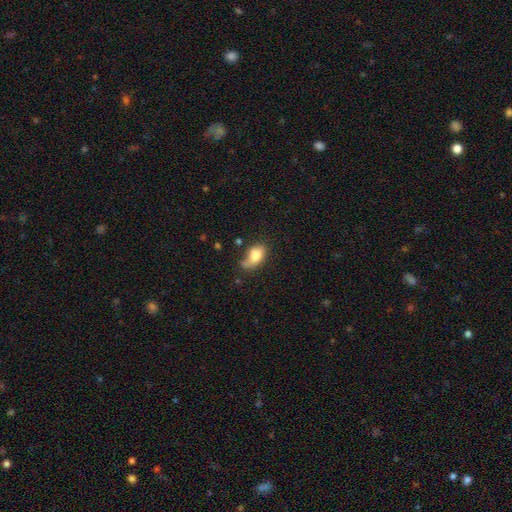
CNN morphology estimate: smooth 75%, featured or disk 17%, star or artifact 8%. Down the decision tree: how rounded — in between (85%); merging — none (42%).